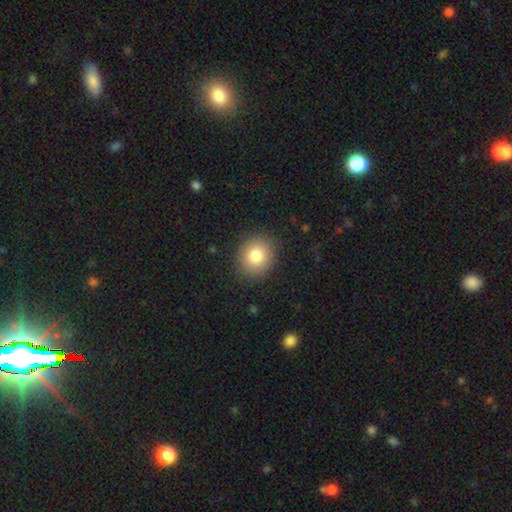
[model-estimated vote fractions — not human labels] A smooth galaxy with no disk features (82%) that is round (78%).

Vote fractions:
- Smooth or featured? smooth: 82% / star or artifact: 9% / featured or disk: 8%
- How rounded? round: 78% / in between: 21% / cigar-shaped: 1%
- Merging? none: 89% / minor disturbance: 7% / major disturbance: 3% / merger: 1%